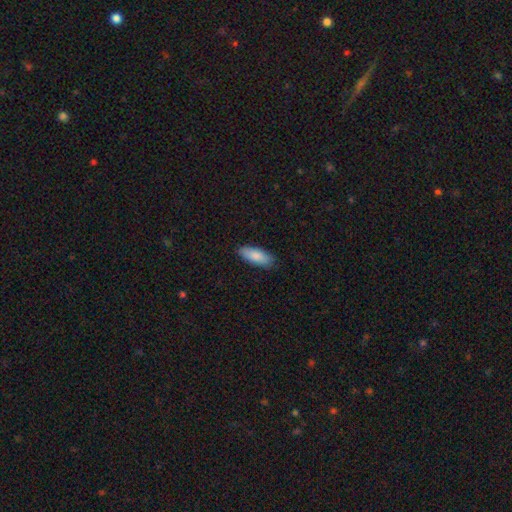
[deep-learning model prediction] smooth_or_featured: smooth (p=0.86) [alt: featured or disk p=0.09]
how_rounded: in between (p=0.71) [alt: cigar-shaped p=0.27]
merging: none (p=0.87) [alt: minor disturbance p=0.10]